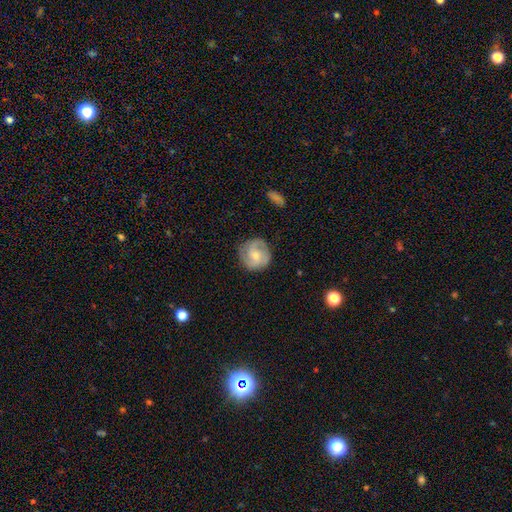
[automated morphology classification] Smooth or featured? Predicted: featured or disk (p=0.67). Edge-on disk? Predicted: no (p=0.98). Bar? Predicted: no (p=0.58). Spiral arms? Predicted: yes (p=0.92). Spiral winding? Predicted: medium (p=0.45). Spiral arm count? Predicted: 2 (p=0.42). Bulge size? Predicted: moderate (p=0.48). Merging? Predicted: none (p=0.79).